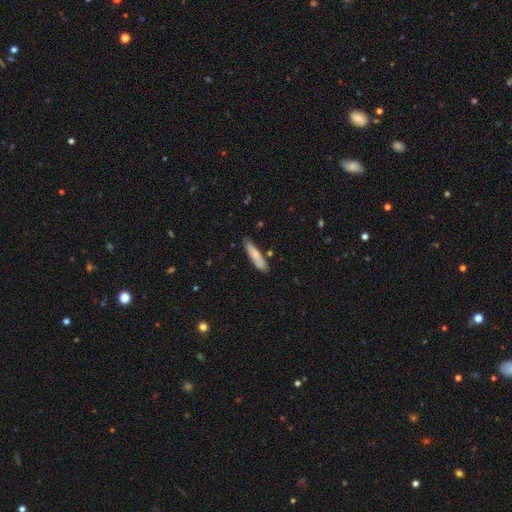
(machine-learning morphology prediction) type=smooth (76%); roundness=cigar-shaped (81%); merging=none (77%).